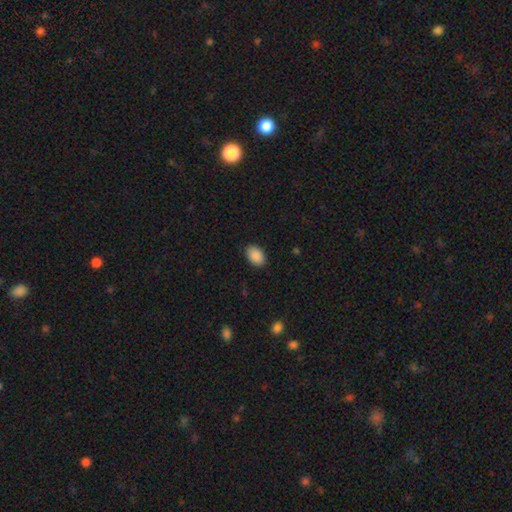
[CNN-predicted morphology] smooth 90%, star or artifact 7%, featured or disk 3%. Down the decision tree: how rounded — in between (87%); merging — none (88%).